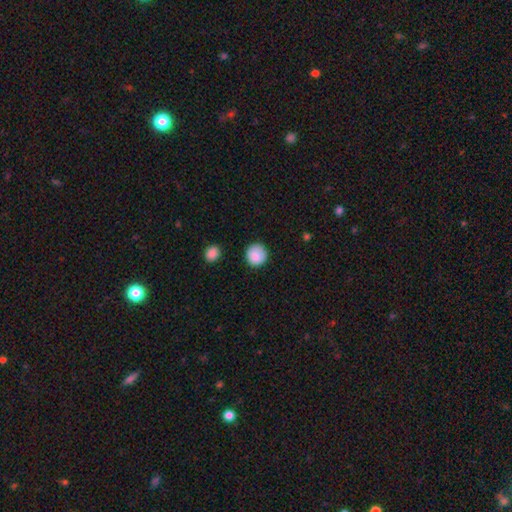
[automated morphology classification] Q: Smooth or featured?
A: smooth (88%); runner-up: star or artifact (8%)
Q: How rounded?
A: round (92%); runner-up: in between (8%)
Q: Merging?
A: none (86%); runner-up: minor disturbance (10%)